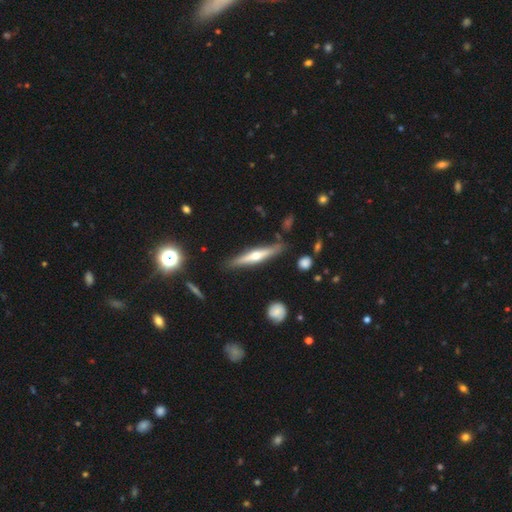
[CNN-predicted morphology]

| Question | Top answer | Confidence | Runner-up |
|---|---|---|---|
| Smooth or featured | featured or disk | 64% | smooth (30%) |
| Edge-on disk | yes | 96% | no (4%) |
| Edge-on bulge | rounded | 88% | none (7%) |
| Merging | none | 85% | minor disturbance (11%) |